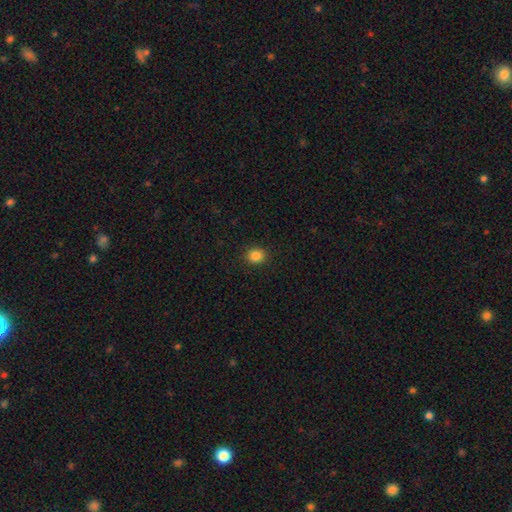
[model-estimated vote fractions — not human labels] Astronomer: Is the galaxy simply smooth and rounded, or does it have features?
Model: smooth — 85%.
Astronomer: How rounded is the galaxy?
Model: round — 79%.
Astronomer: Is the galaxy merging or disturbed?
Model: none — 91%.